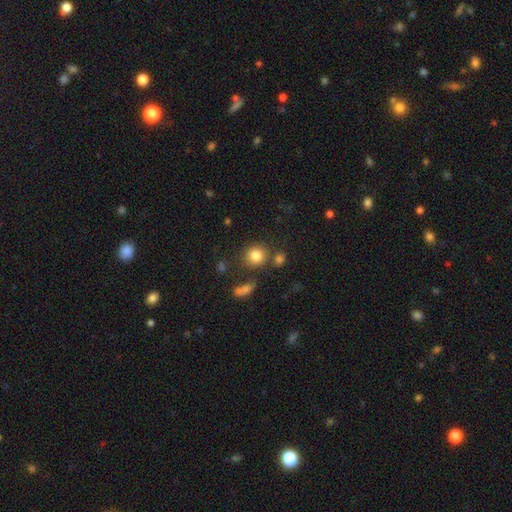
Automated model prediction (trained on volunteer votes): Smooth or featured?
  - smooth: 83% *
  - star or artifact: 11%
  - featured or disk: 7%
How rounded?
  - round: 85% *
  - in between: 14%
  - cigar-shaped: 1%
Merging?
  - none: 74% *
  - merger: 11%
  - minor disturbance: 11%
  - major disturbance: 4%